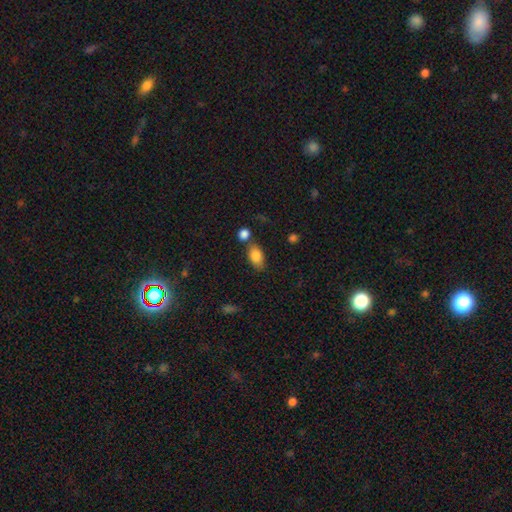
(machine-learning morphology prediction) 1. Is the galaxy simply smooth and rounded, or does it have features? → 84% smooth, 8% featured or disk, 8% star or artifact.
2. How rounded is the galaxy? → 89% in between, 8% round, 3% cigar-shaped.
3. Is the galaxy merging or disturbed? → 67% none, 15% merger, 14% minor disturbance, 4% major disturbance.